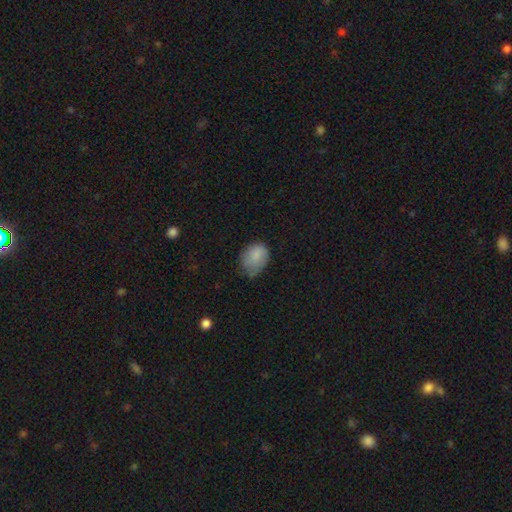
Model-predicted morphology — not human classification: This appears to be a smooth galaxy with no disk features (81%) that is in between round and cigar-shaped (60%). Merging: minor disturbance (45%).